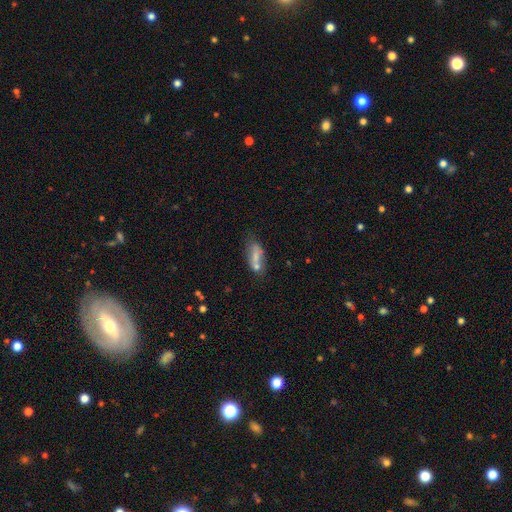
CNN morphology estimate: A smooth galaxy with no disk features (63%) that is in between round and cigar-shaped (77%). Merging: none (37%).